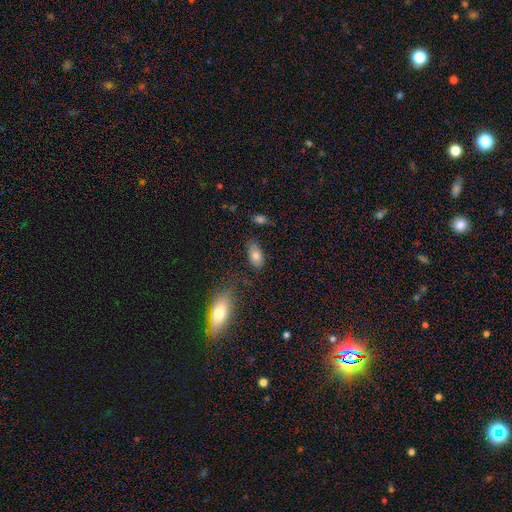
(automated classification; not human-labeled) This is likely a smooth galaxy (77%). How rounded: clearly in between (90%). Merging: likely none (75%).